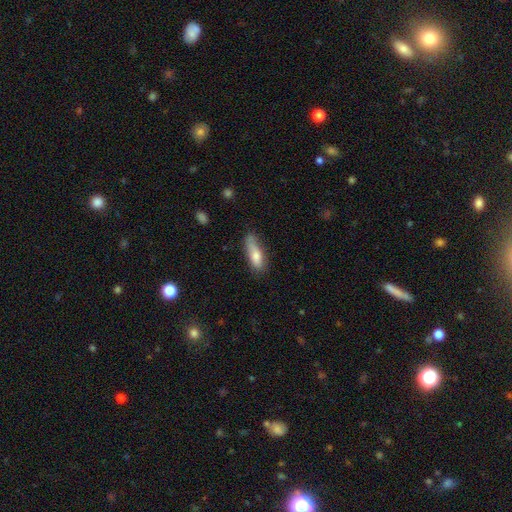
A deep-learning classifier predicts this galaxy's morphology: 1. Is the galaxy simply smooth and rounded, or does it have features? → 75% smooth, 18% featured or disk, 7% star or artifact.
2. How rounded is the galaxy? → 50% in between, 48% cigar-shaped, 2% round.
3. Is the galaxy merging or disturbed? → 55% none, 32% minor disturbance, 10% major disturbance, 3% merger.